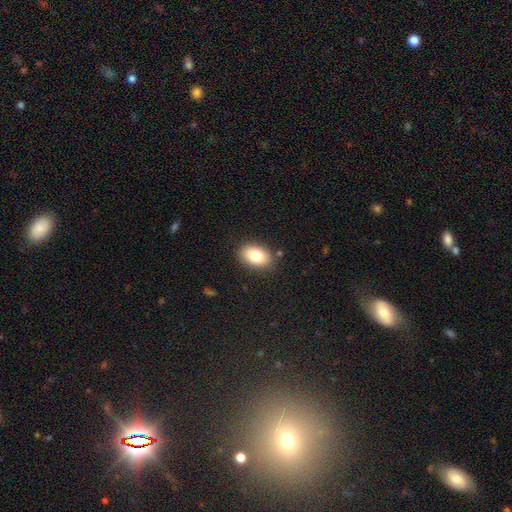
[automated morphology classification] Smooth or featured? Predicted: smooth (p=0.82). How rounded? Predicted: in between (p=0.87). Merging? Predicted: none (p=0.86).